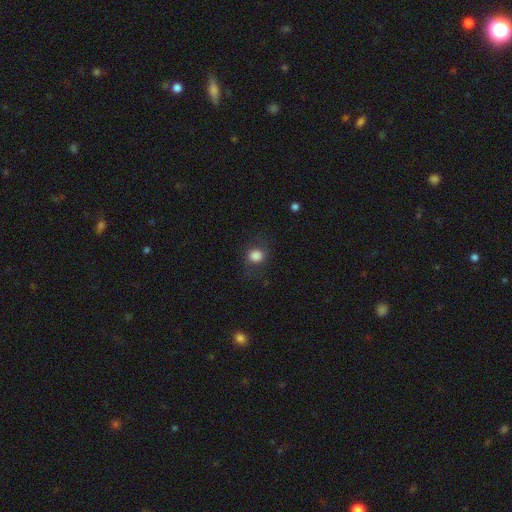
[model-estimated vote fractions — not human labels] Overall: smooth (81%). How rounded: round (77%). Merging: none (71%).